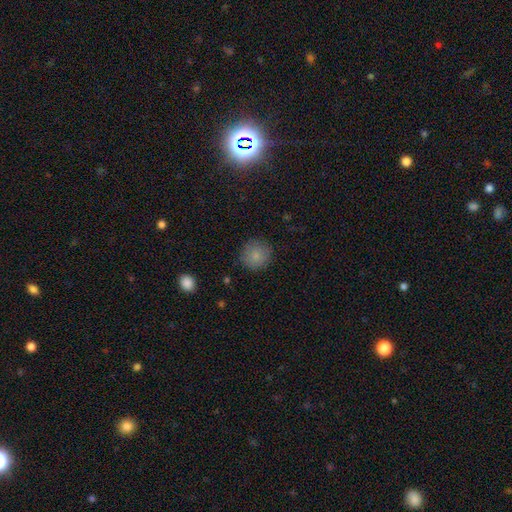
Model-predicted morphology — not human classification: Smooth or featured?
  - smooth: 84% *
  - star or artifact: 9%
  - featured or disk: 6%
How rounded?
  - round: 93% *
  - in between: 6%
  - cigar-shaped: 1%
Merging?
  - none: 86% *
  - minor disturbance: 10%
  - major disturbance: 3%
  - merger: 1%